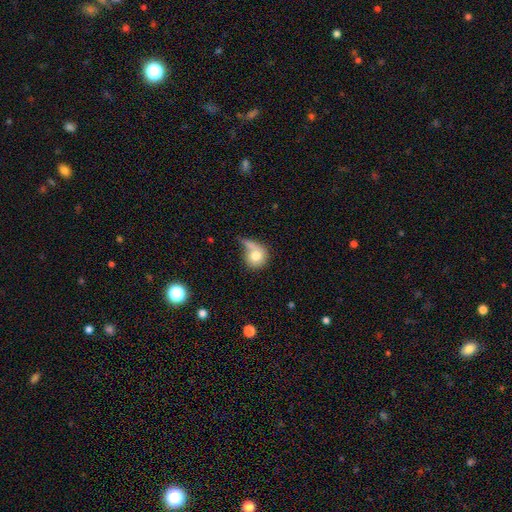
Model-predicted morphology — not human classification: This is likely a smooth galaxy (76%). How rounded: clearly round (81%). Merging: marginally none (32%).